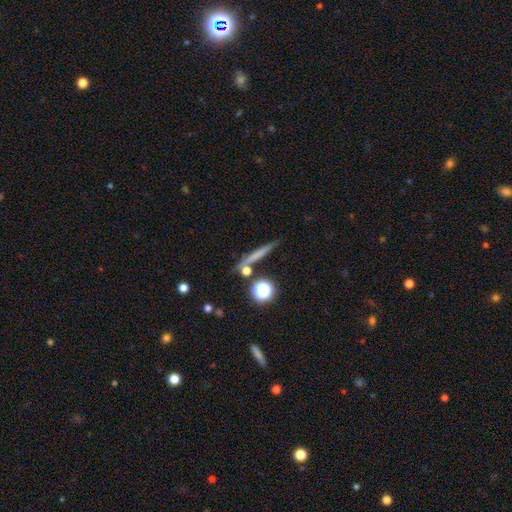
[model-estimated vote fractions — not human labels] smooth_or_featured: smooth (p=0.57) [alt: featured or disk p=0.31]
how_rounded: cigar-shaped (p=0.83) [alt: round p=0.11]
merging: none (p=0.80) [alt: minor disturbance p=0.10]